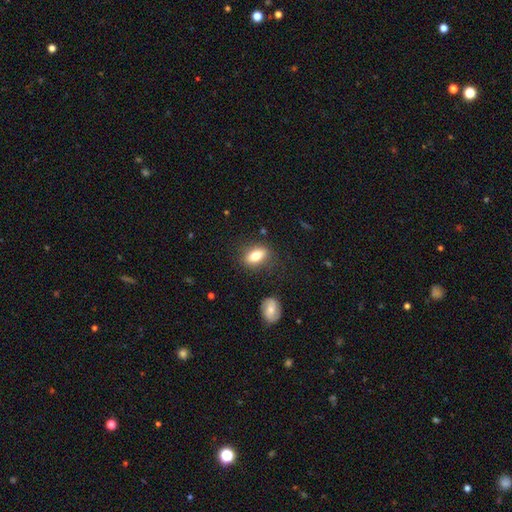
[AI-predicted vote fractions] A smooth galaxy with no disk features (71%) that is in between round and cigar-shaped (79%). Merging: none (81%).